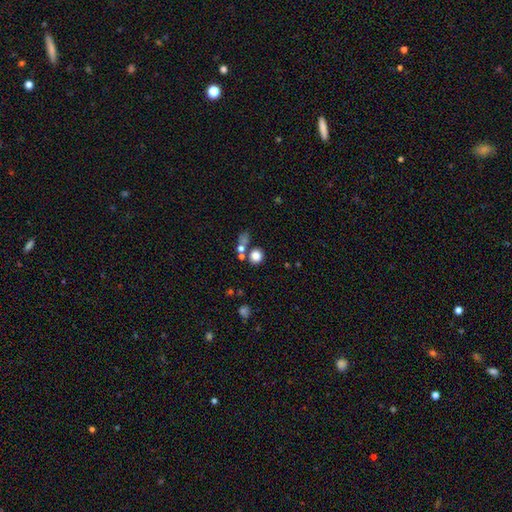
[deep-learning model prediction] The model was most divided on "merging": none: 64%, merger: 22%, minor disturbance: 9%, major disturbance: 5%. More confident: how rounded — round (81%); smooth or featured — smooth (78%).